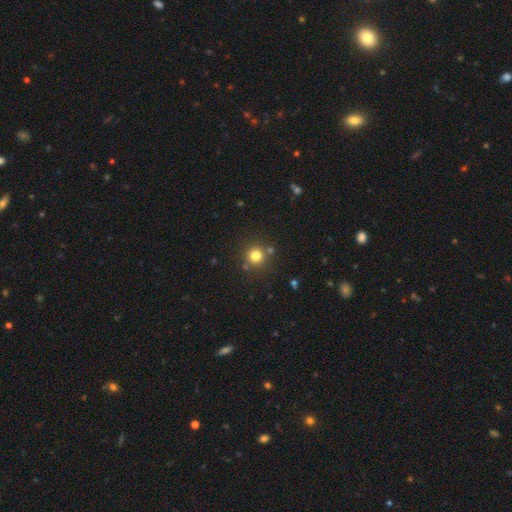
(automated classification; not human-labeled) Q: Smooth or featured?
A: smooth (78%); runner-up: star or artifact (15%)
Q: How rounded?
A: round (94%); runner-up: in between (5%)
Q: Merging?
A: none (81%); runner-up: merger (9%)